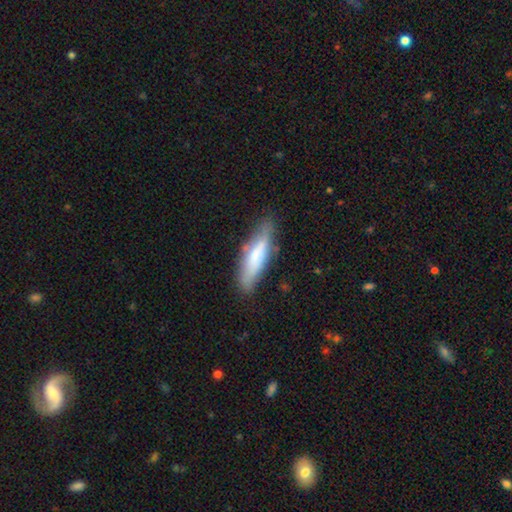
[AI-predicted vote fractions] Smooth or featured? smooth (63%)
How rounded? cigar-shaped (67%)
Merging? none (72%)